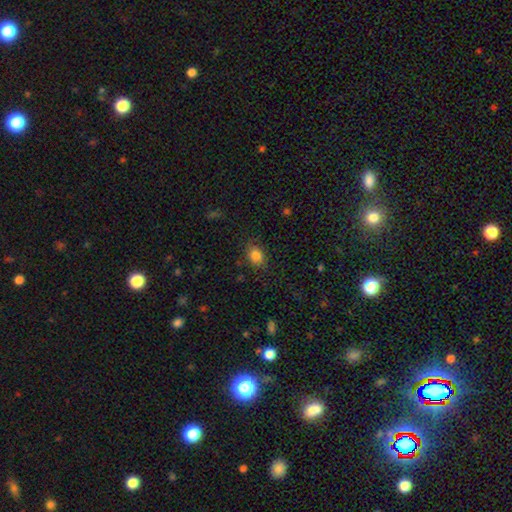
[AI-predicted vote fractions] This is clearly a smooth galaxy (84%). How rounded: likely in between (66%). Merging: likely none (80%).